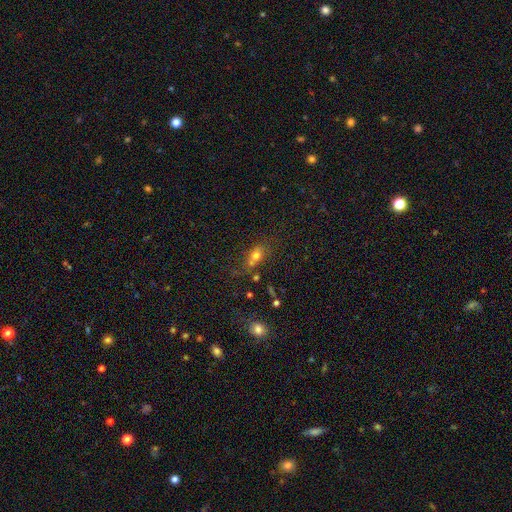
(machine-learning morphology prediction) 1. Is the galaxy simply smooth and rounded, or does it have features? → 69% smooth, 16% star or artifact, 14% featured or disk.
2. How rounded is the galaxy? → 52% in between, 44% round, 4% cigar-shaped.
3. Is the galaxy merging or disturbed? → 44% none, 32% merger, 15% minor disturbance, 9% major disturbance.